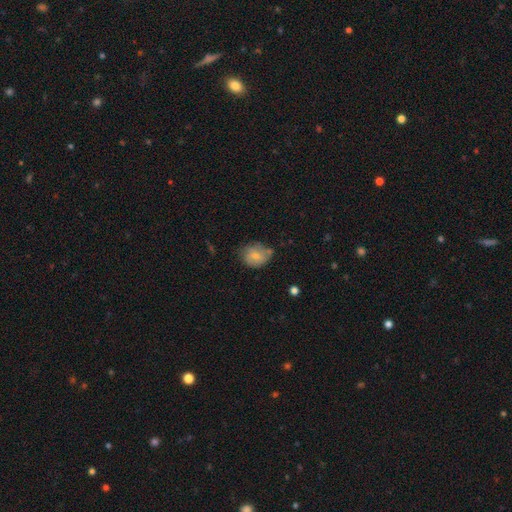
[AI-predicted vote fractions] Smooth or featured?
  - smooth: 67% *
  - featured or disk: 24%
  - star or artifact: 8%
How rounded?
  - round: 57% *
  - in between: 42%
  - cigar-shaped: 1%
Merging?
  - none: 55% *
  - minor disturbance: 31%
  - major disturbance: 8%
  - merger: 6%